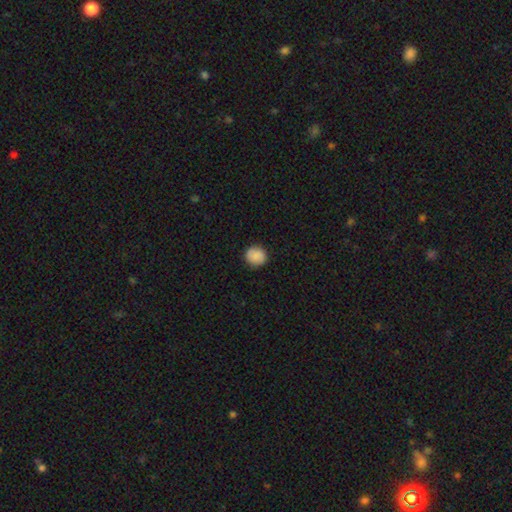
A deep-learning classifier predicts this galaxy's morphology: smooth-or-featured: smooth: 87% | star or artifact: 8% | featured or disk: 5%
  how-rounded: round: 90% | in between: 9% | cigar-shaped: 1%
  merging: none: 89% | minor disturbance: 8% | major disturbance: 2% | merger: 1%